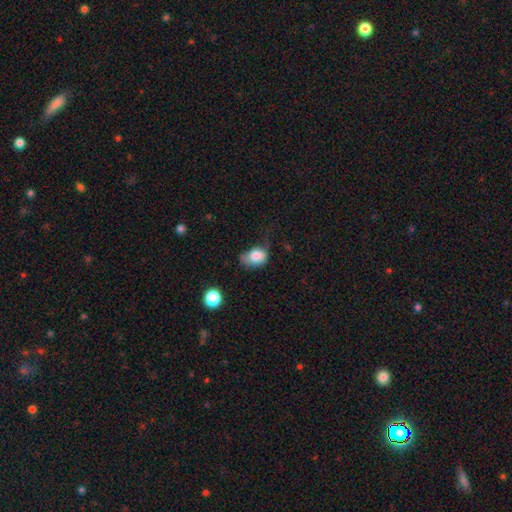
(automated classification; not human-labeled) Smooth or featured: smooth — 80% (featured or disk — 10%)
How rounded: in between — 64% (round — 35%)
Merging: minor disturbance — 40% (none — 33%)